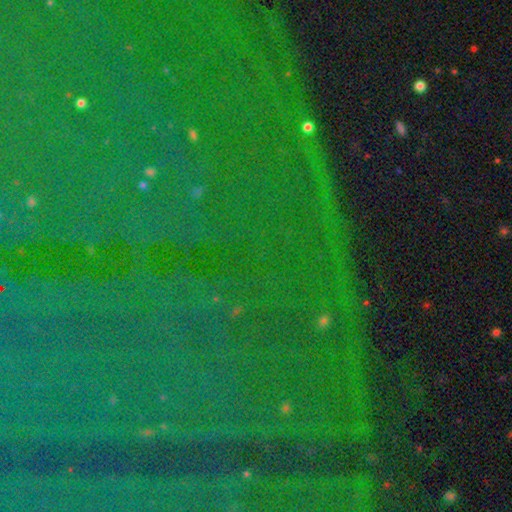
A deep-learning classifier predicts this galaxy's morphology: A star or artifact, not a galaxy (84%).

Vote fractions:
- Smooth or featured? star or artifact: 84% / smooth: 8% / featured or disk: 8%